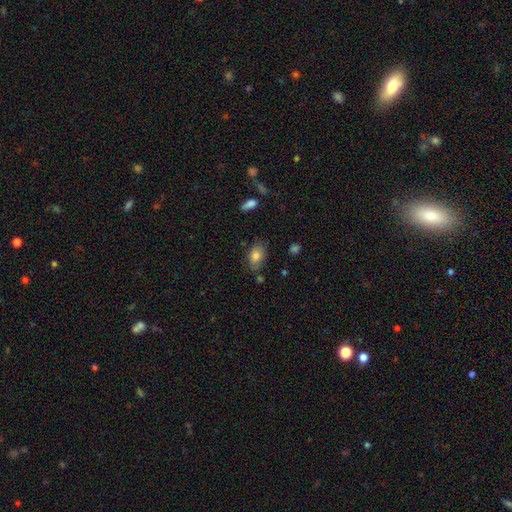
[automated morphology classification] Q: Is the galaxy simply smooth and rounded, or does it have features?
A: smooth — 80%.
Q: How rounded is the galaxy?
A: in between — 87%.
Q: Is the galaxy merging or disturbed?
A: none — 69%.